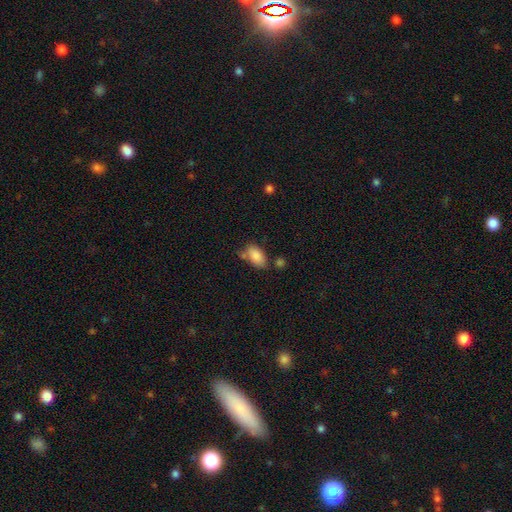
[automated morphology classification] smooth-or-featured: smooth: 86% | star or artifact: 7% | featured or disk: 7%
  how-rounded: in between: 93% | round: 5% | cigar-shaped: 3%
  merging: none: 59% | minor disturbance: 20% | merger: 15% | major disturbance: 6%